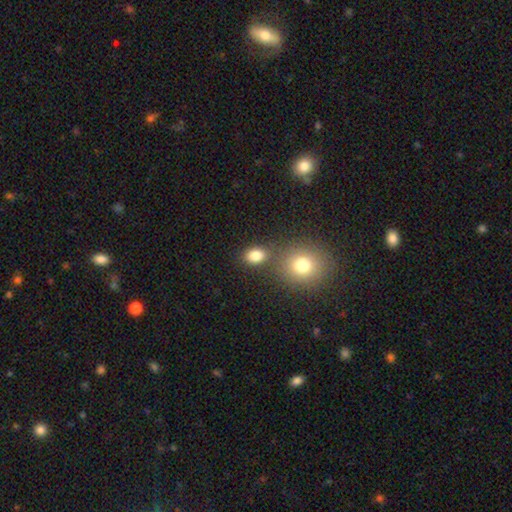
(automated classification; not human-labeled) Morphology: type=smooth (81%); roundness=in between (55%); merging=none (70%).